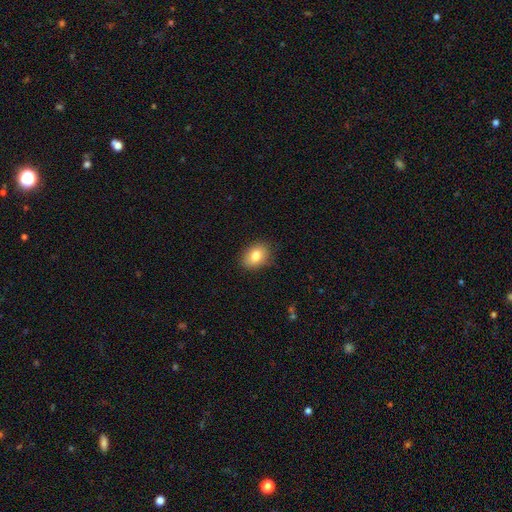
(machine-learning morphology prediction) Smooth or featured? smooth (82%)
How rounded? in between (74%)
Merging? none (85%)